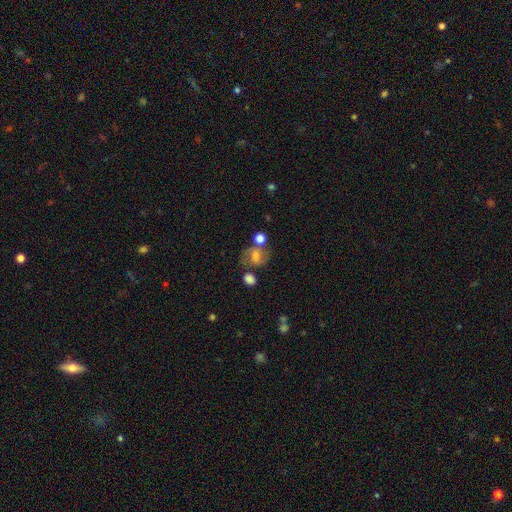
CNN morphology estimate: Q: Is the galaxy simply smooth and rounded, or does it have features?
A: smooth — 51%.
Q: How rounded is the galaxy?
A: round — 51%.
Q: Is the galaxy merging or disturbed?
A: none — 51%.